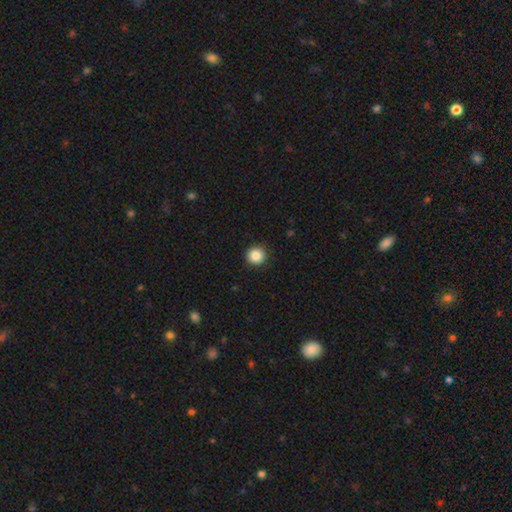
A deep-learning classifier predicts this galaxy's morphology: A smooth galaxy with no disk features (87%) that is round (94%).

Vote fractions:
- Smooth or featured? smooth: 87% / star or artifact: 10% / featured or disk: 3%
- How rounded? round: 94% / in between: 5% / cigar-shaped: 1%
- Merging? none: 92% / minor disturbance: 6% / major disturbance: 2% / merger: 1%